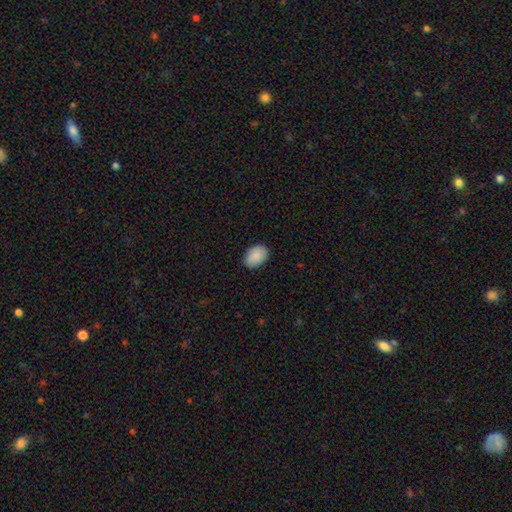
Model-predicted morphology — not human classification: smooth 89%, star or artifact 6%, featured or disk 4%. Down the decision tree: how rounded — in between (84%); merging — none (85%).